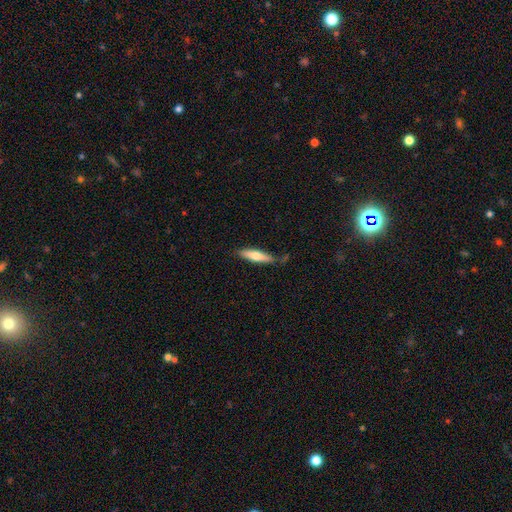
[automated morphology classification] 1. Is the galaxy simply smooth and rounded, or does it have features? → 65% smooth, 30% featured or disk, 5% star or artifact.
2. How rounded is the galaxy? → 76% cigar-shaped, 22% in between, 2% round.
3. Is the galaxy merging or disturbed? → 73% none, 20% minor disturbance, 4% major disturbance, 3% merger.